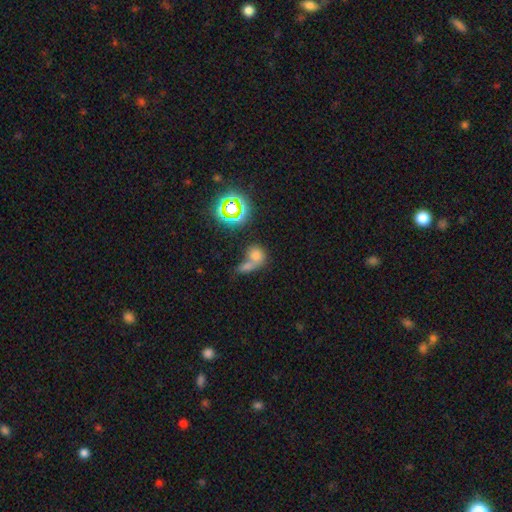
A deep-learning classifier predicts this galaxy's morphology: type=smooth (65%); roundness=round (56%); merging=merger (59%).